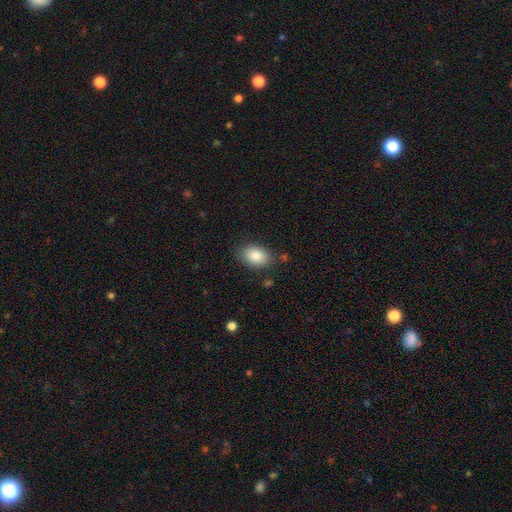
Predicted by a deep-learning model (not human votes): smooth-or-featured: smooth: 85% | star or artifact: 8% | featured or disk: 7%
  how-rounded: in between: 83% | round: 15% | cigar-shaped: 1%
  merging: none: 82% | minor disturbance: 13% | major disturbance: 3% | merger: 2%